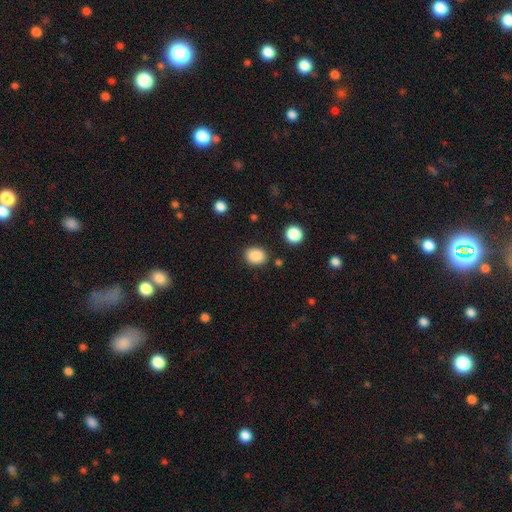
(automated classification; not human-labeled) Smooth or featured? smooth (87%)
How rounded? in between (51%)
Merging? none (84%)